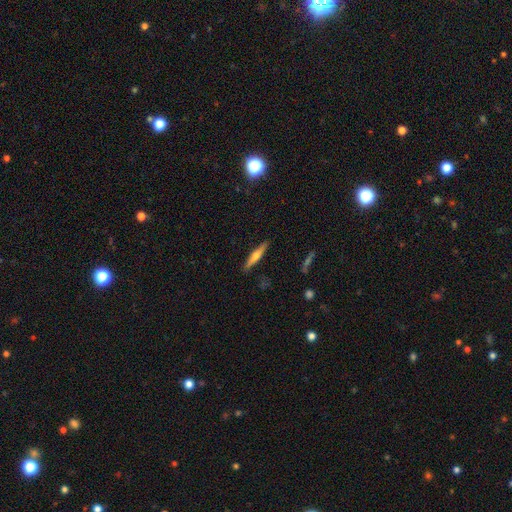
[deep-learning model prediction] This is possibly a featured or disk galaxy (57%). It is clearly viewed edge-on (96%). Edge-on bulge: clearly rounded (90%). Merging: clearly none (90%).